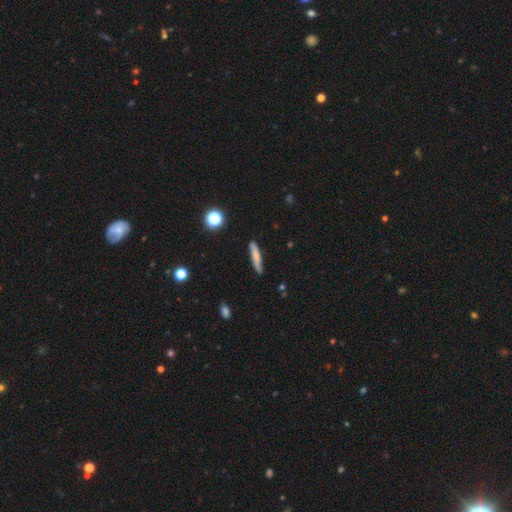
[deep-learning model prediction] Smooth or featured?
  - smooth: 67% *
  - featured or disk: 24%
  - star or artifact: 8%
How rounded?
  - cigar-shaped: 90% *
  - in between: 8%
  - round: 2%
Merging?
  - none: 78% *
  - minor disturbance: 16%
  - major disturbance: 3%
  - merger: 2%